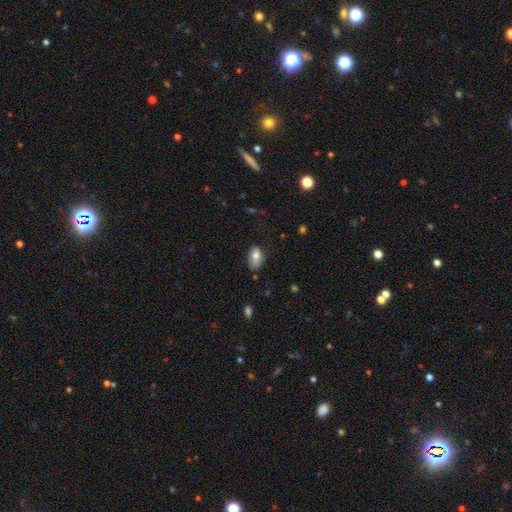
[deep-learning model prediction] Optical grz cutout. It shows a smooth galaxy with no disk features (78%) that is in between round and cigar-shaped (91%). Merging: none (59%).